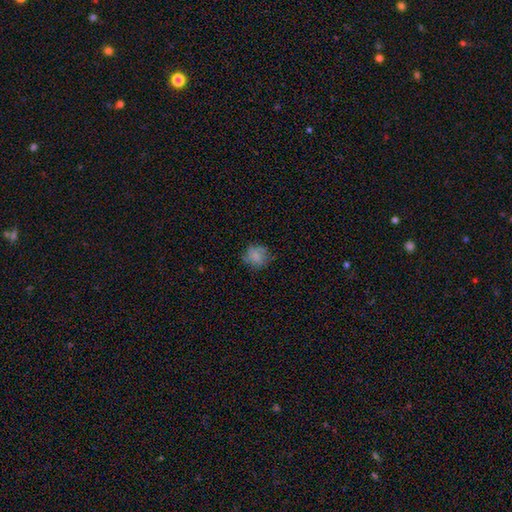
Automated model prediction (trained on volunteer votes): This is likely a smooth galaxy (78%). How rounded: clearly round (80%). Merging: likely none (73%).